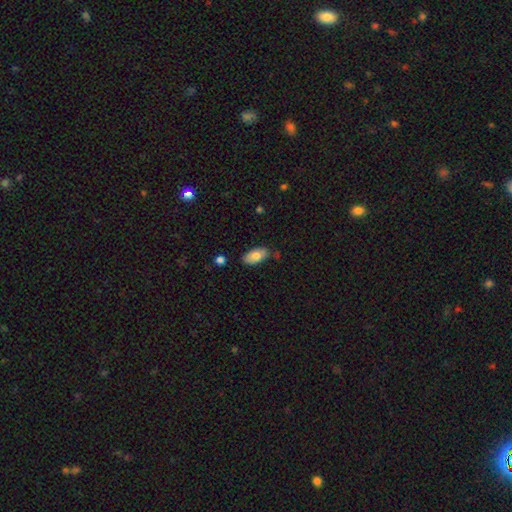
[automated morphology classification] This is likely a smooth galaxy (77%). How rounded: clearly in between (94%). Merging: likely none (77%).